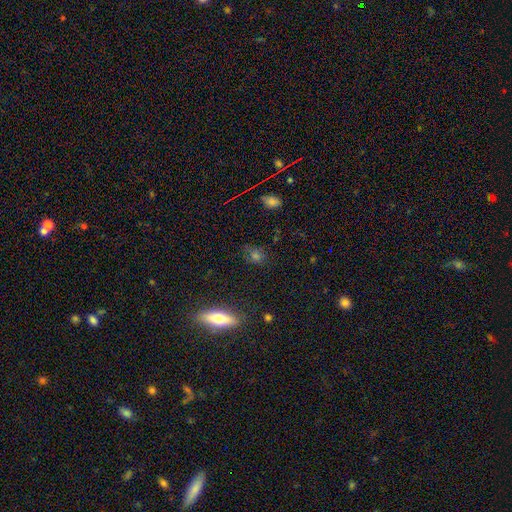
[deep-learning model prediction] Smooth or featured?
  - smooth: 61% *
  - star or artifact: 25%
  - featured or disk: 14%
How rounded?
  - in between: 47% *
  - round: 46%
  - cigar-shaped: 7%
Merging?
  - none: 77% *
  - minor disturbance: 15%
  - major disturbance: 5%
  - merger: 3%